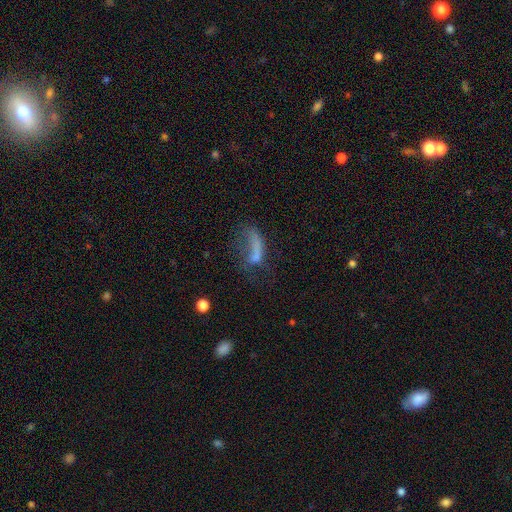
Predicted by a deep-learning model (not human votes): Overall: smooth (46%; featured or disk 33%). Merging: none (39%; major disturbance 33%).